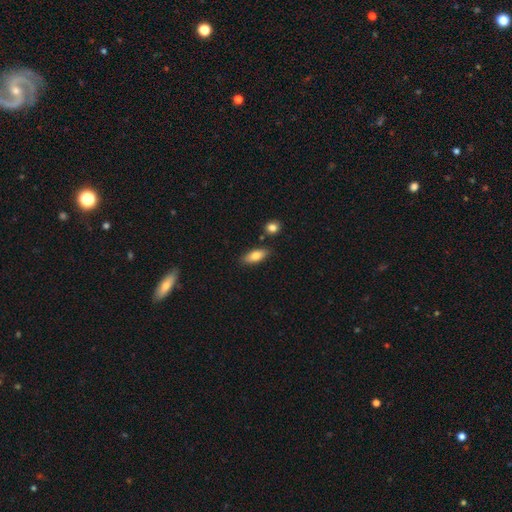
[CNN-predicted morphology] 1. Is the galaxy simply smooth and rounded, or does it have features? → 80% smooth, 13% featured or disk, 7% star or artifact.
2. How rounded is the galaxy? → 81% in between, 16% cigar-shaped, 3% round.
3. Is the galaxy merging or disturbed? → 82% none, 11% minor disturbance, 5% merger, 2% major disturbance.